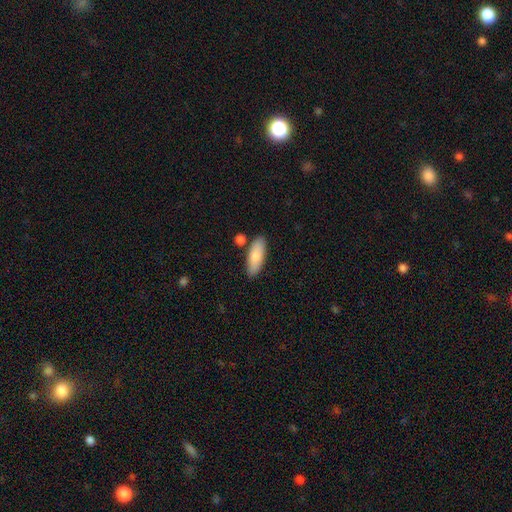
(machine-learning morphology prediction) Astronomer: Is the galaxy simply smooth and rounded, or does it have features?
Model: smooth — 81%.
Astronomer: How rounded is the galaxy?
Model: in between — 71%.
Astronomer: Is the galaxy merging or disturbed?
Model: none — 81%.